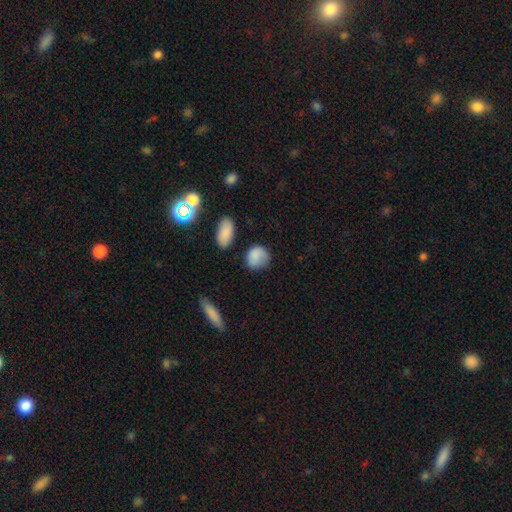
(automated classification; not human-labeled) A smooth galaxy with no disk features (85%) that is round (65%). Merging: none (67%).